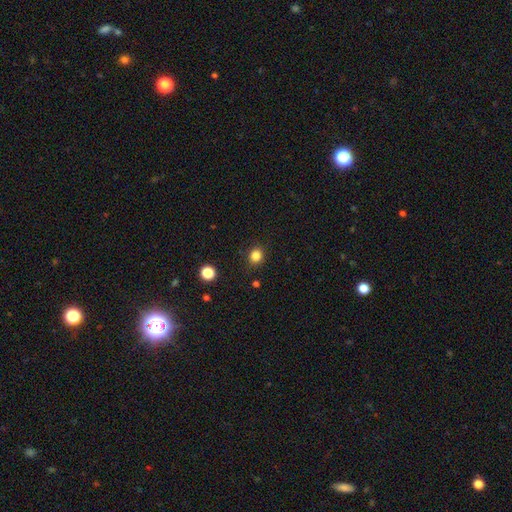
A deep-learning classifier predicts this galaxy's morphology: smooth_or_featured: smooth (p=0.83) [alt: star or artifact p=0.13]
how_rounded: round (p=0.79) [alt: in between p=0.20]
merging: none (p=0.89) [alt: minor disturbance p=0.08]